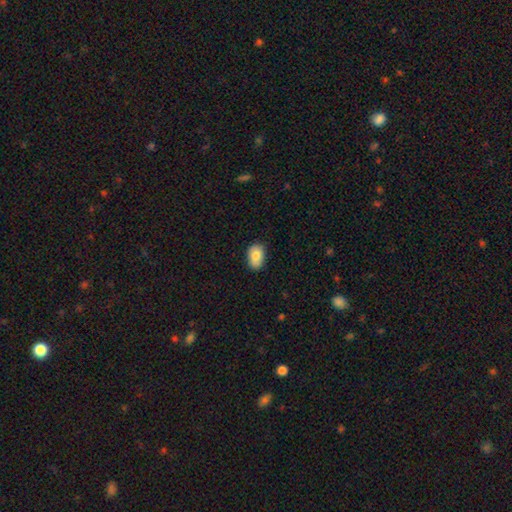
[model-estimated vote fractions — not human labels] Smooth or featured? smooth (82%)
How rounded? in between (86%)
Merging? none (80%)